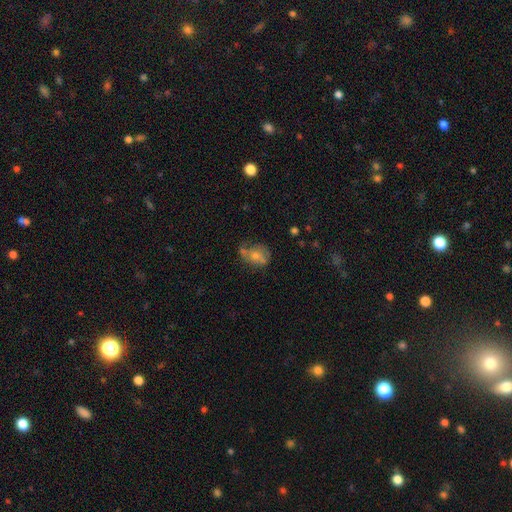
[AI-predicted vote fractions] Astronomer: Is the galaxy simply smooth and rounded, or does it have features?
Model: smooth — 52% (runner-up: featured or disk, 38%).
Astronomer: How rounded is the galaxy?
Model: in between — 61% (runner-up: round, 37%).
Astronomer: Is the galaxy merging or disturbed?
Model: none — 38% (runner-up: minor disturbance, 28%).